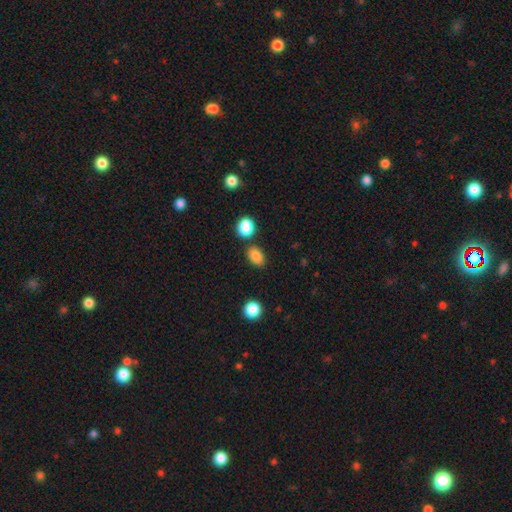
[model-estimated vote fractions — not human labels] This is clearly a smooth galaxy (84%). How rounded: clearly in between (80%). Merging: clearly none (80%).